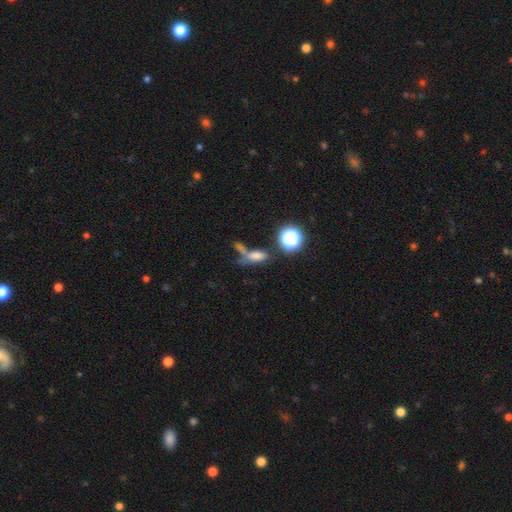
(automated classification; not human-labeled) Smooth or featured: smooth — 65% (star or artifact — 19%)
How rounded: in between — 66% (cigar-shaped — 19%)
Merging: merger — 36% (none — 35%)